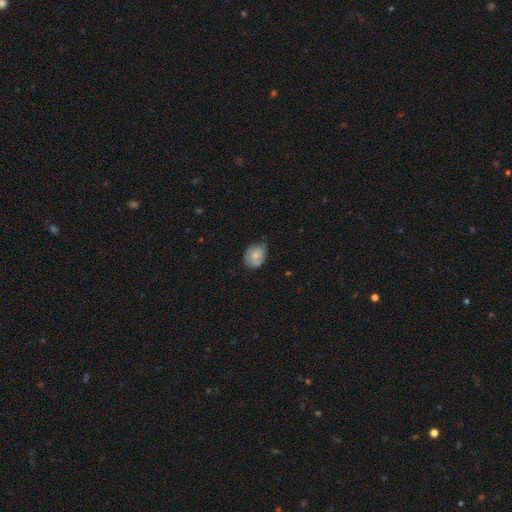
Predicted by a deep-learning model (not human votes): Smooth or featured? Predicted: smooth (p=0.75). How rounded? Predicted: in between (p=0.62). Merging? Predicted: none (p=0.58).